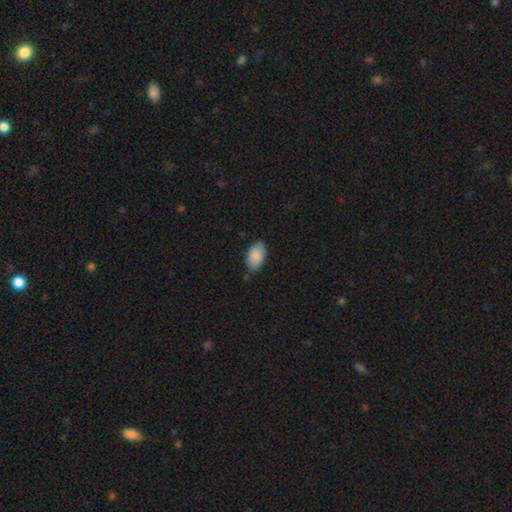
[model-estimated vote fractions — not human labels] A smooth galaxy with no disk features (89%) that is in between round and cigar-shaped (95%). Merging: none (80%).